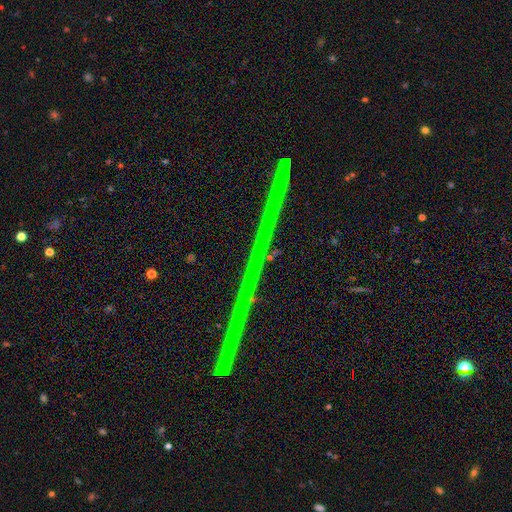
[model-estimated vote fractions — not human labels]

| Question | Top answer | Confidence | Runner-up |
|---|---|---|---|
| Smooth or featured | star or artifact | 78% | featured or disk (14%) |